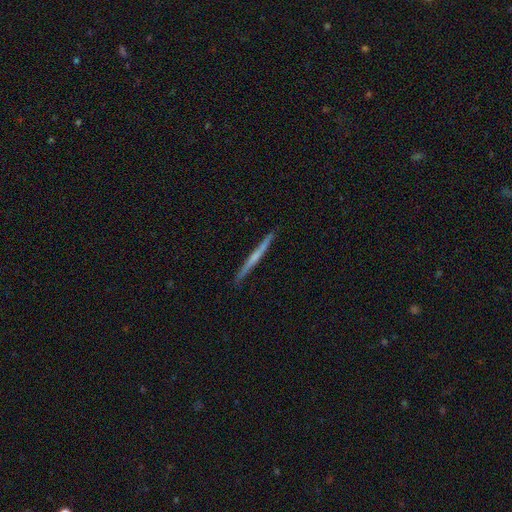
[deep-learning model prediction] Overall: featured or disk (58%; smooth 37%). Edge-on disk: yes (98%). Edge-on bulge: none (71%). Merging: none (92%).